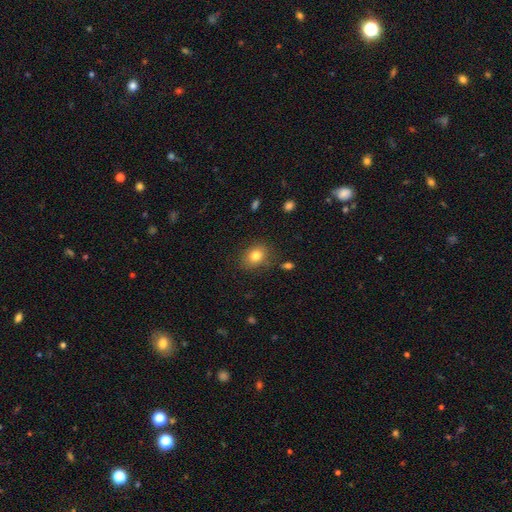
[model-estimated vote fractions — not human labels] Morphology: type=smooth (80%); roundness=in between (56%); merging=none (82%).